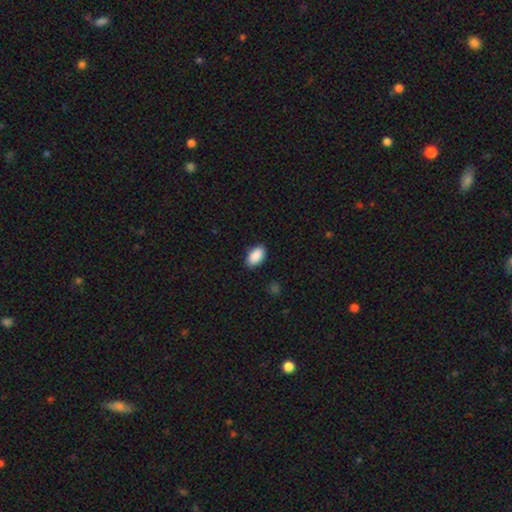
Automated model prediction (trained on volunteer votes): Q: Smooth or featured?
A: smooth (90%); runner-up: star or artifact (7%)
Q: How rounded?
A: in between (93%); runner-up: round (4%)
Q: Merging?
A: none (85%); runner-up: minor disturbance (12%)